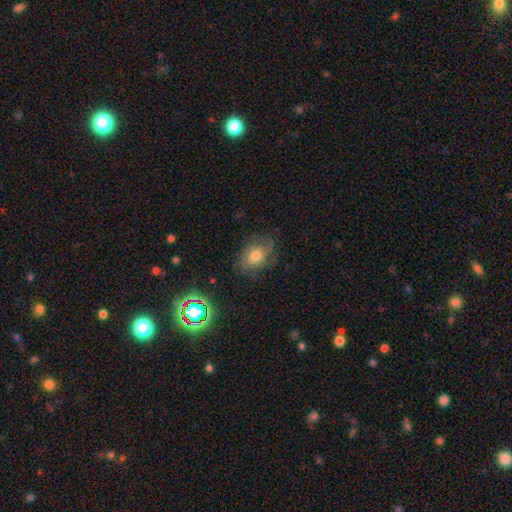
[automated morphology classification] Q: Smooth or featured?
A: featured or disk (46%); runner-up: smooth (41%)
Q: Merging?
A: none (66%); runner-up: minor disturbance (21%)